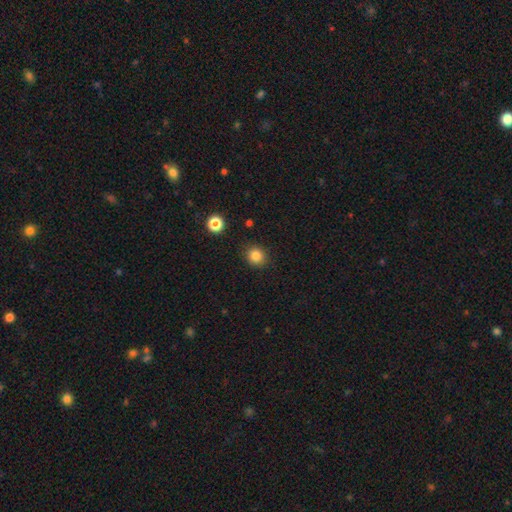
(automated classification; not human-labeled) This appears to be a smooth galaxy with no disk features (84%) that is round (83%). Merging: none (89%).